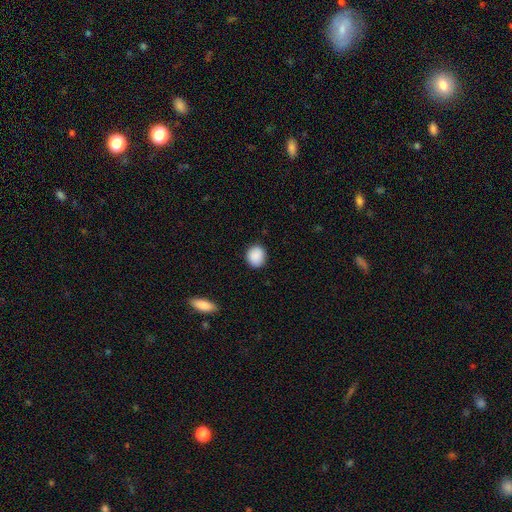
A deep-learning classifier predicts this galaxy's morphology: The model was most divided on "how rounded": round: 75%, in between: 24%, cigar-shaped: 1%. More confident: smooth or featured — smooth (90%); merging — none (89%).